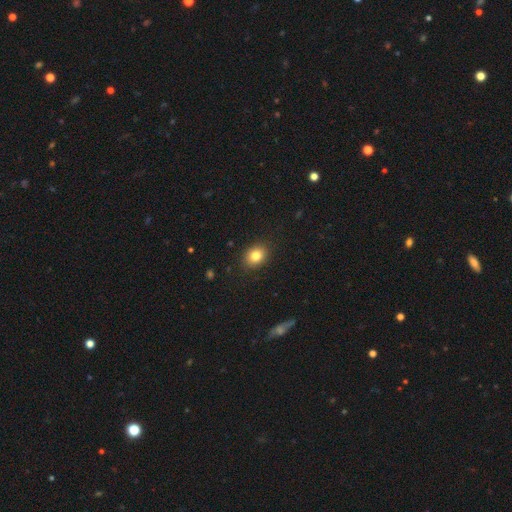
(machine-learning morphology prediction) smooth 82%, star or artifact 10%, featured or disk 8%. Down the decision tree: how rounded — in between (51%); merging — none (89%).